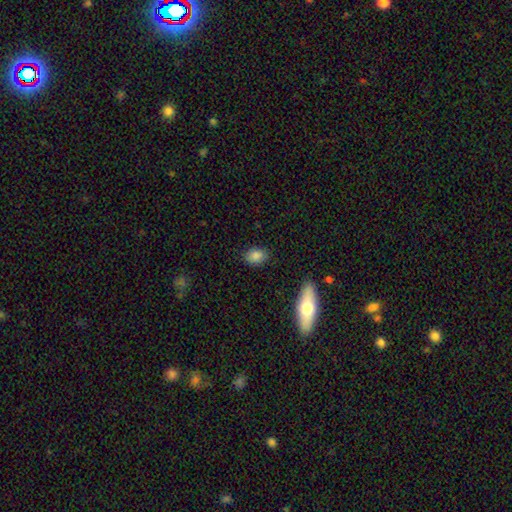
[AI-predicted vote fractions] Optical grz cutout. It shows a smooth galaxy with no disk features (85%) that is in between round and cigar-shaped (69%). Merging: none (85%).